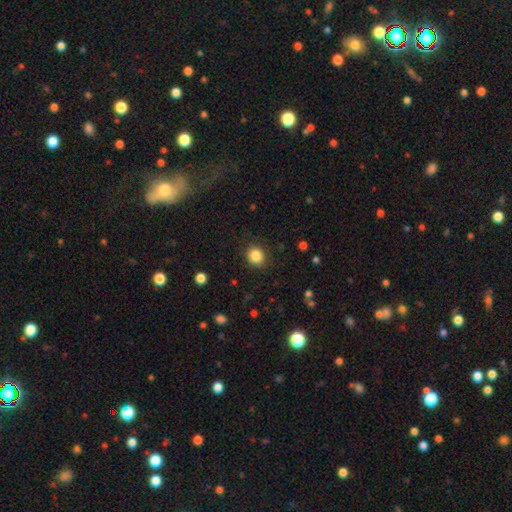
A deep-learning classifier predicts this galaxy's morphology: This is clearly a smooth galaxy (86%). How rounded: clearly round (81%). Merging: clearly none (88%).